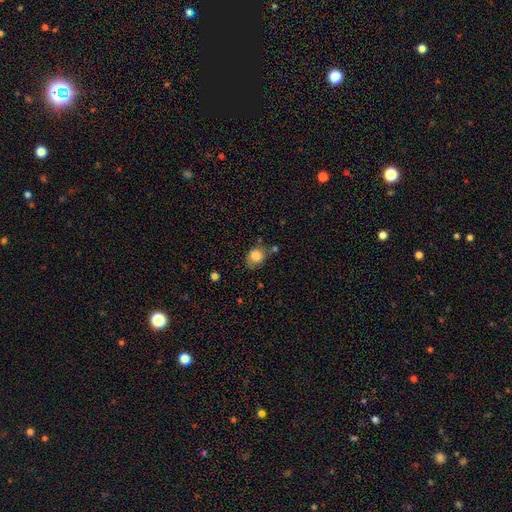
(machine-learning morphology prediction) The model was most divided on "how rounded": round: 59%, in between: 40%, cigar-shaped: 1%. More confident: smooth or featured — smooth (83%); merging — none (59%).